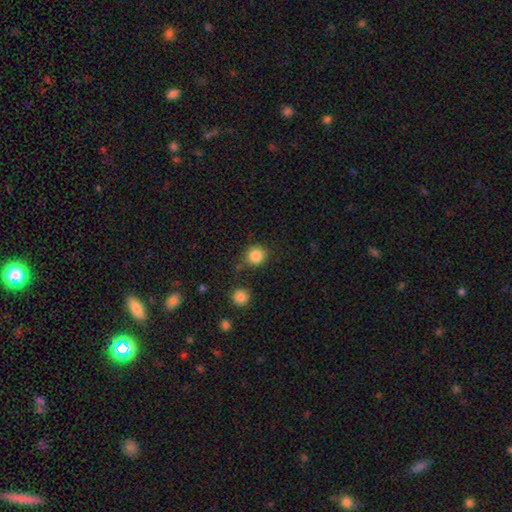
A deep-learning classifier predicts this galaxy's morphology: A smooth galaxy with no disk features (85%) that is round (90%). Merging: none (80%).